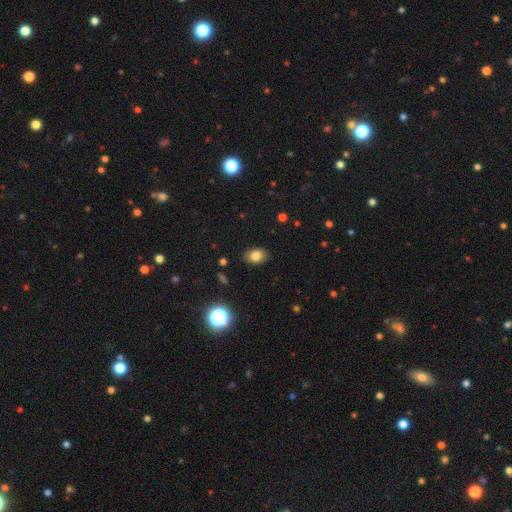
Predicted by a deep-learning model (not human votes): Overall: smooth (80%). How rounded: in between (77%). Merging: none (87%).